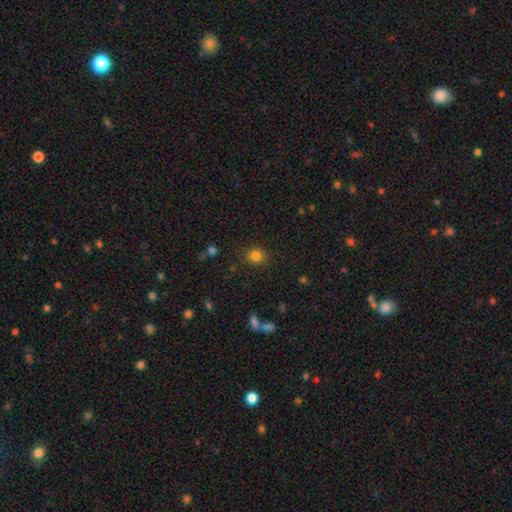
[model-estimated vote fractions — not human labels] This is clearly a smooth galaxy (82%). How rounded: likely round (79%). Merging: clearly none (86%).